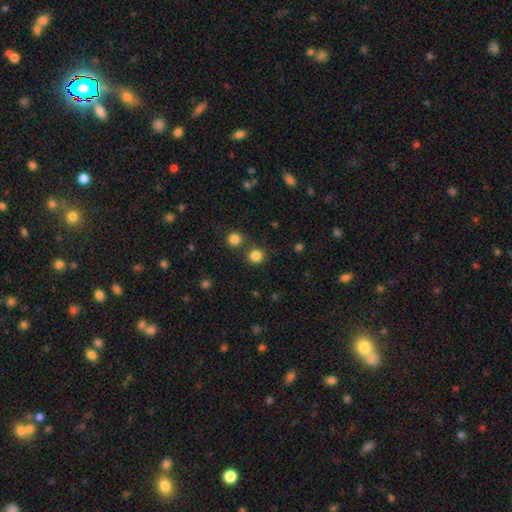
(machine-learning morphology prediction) Q: Smooth or featured?
A: smooth (82%); runner-up: star or artifact (14%)
Q: How rounded?
A: round (91%); runner-up: in between (8%)
Q: Merging?
A: none (73%); runner-up: merger (17%)